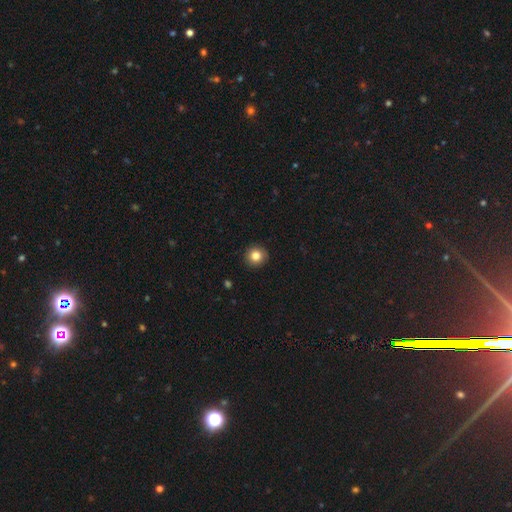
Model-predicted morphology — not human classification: Smooth or featured? smooth (83%)
How rounded? round (94%)
Merging? none (92%)